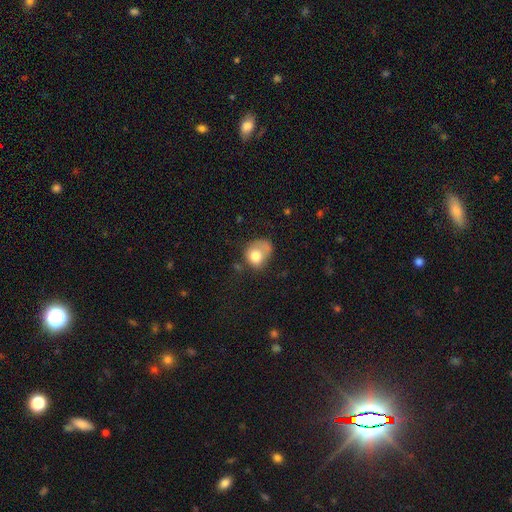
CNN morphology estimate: Smooth or featured? smooth (74%)
How rounded? round (58%)
Merging? none (32%)